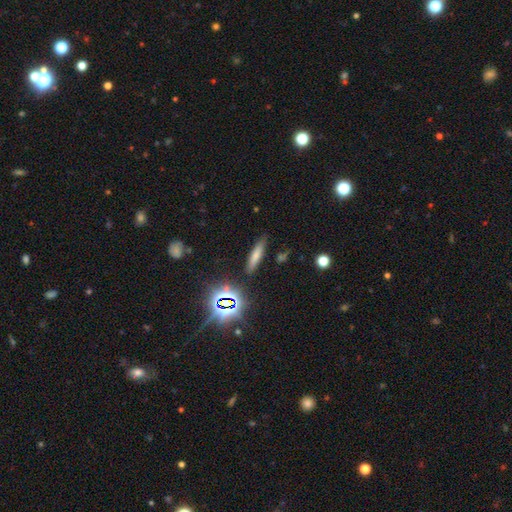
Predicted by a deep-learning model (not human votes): Smooth or featured?
  - smooth: 65% *
  - star or artifact: 18%
  - featured or disk: 17%
How rounded?
  - cigar-shaped: 80% *
  - in between: 17%
  - round: 4%
Merging?
  - none: 85% *
  - minor disturbance: 10%
  - major disturbance: 3%
  - merger: 3%